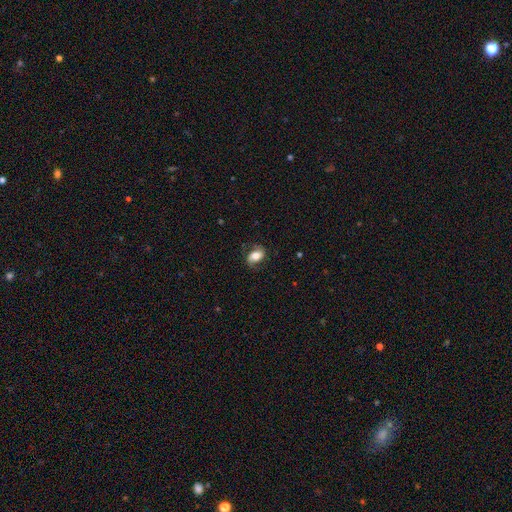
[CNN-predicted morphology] Q: Smooth or featured?
A: smooth (63%); runner-up: featured or disk (30%)
Q: How rounded?
A: in between (86%); runner-up: round (11%)
Q: Merging?
A: none (71%); runner-up: minor disturbance (19%)